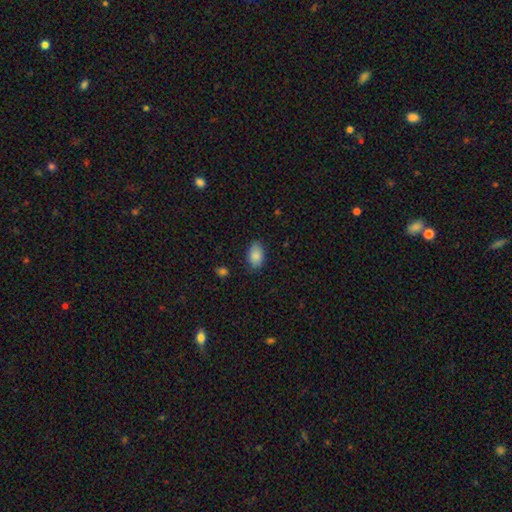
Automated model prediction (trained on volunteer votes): Smooth or featured?
  - smooth: 87% *
  - star or artifact: 7%
  - featured or disk: 5%
How rounded?
  - in between: 90% *
  - round: 8%
  - cigar-shaped: 1%
Merging?
  - none: 80% *
  - minor disturbance: 15%
  - major disturbance: 3%
  - merger: 1%